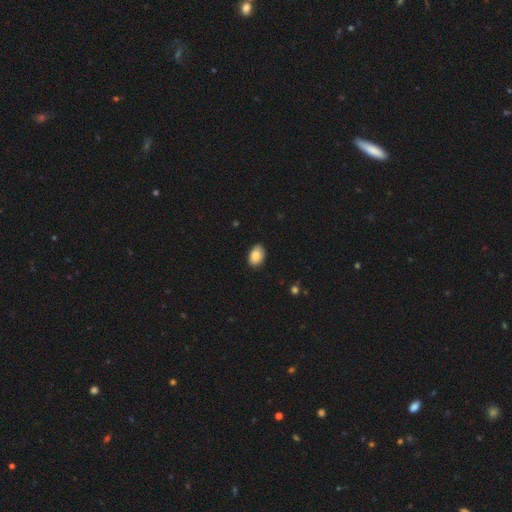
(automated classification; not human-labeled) Smooth or featured? smooth (86%)
How rounded? in between (85%)
Merging? none (85%)